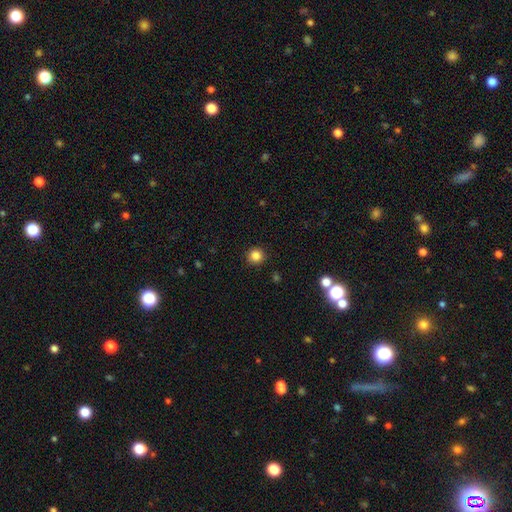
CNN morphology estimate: The model was most divided on "smooth or featured": smooth: 85%, star or artifact: 11%, featured or disk: 4%. More confident: how rounded — round (92%); merging — none (92%).